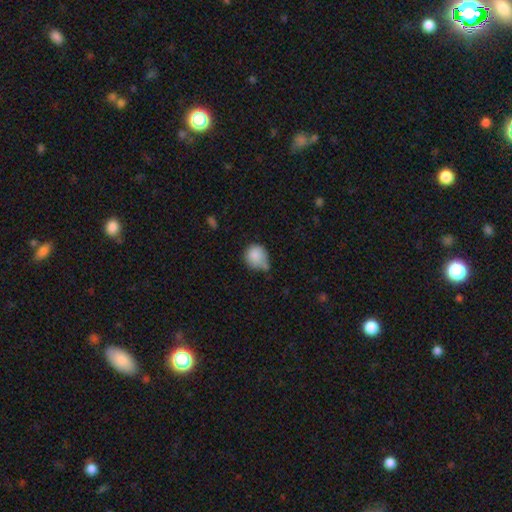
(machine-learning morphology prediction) A smooth galaxy with no disk features (85%) that is round (80%). Merging: none (40%).